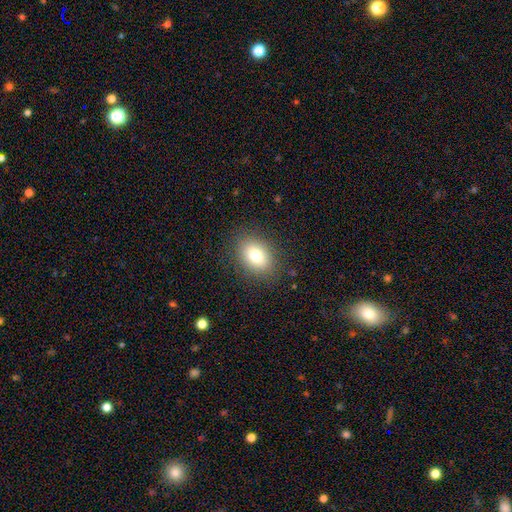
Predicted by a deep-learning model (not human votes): smooth-or-featured: smooth: 79% | star or artifact: 11% | featured or disk: 10%
  how-rounded: in between: 70% | round: 29% | cigar-shaped: 1%
  merging: none: 86% | minor disturbance: 10% | major disturbance: 4% | merger: 1%